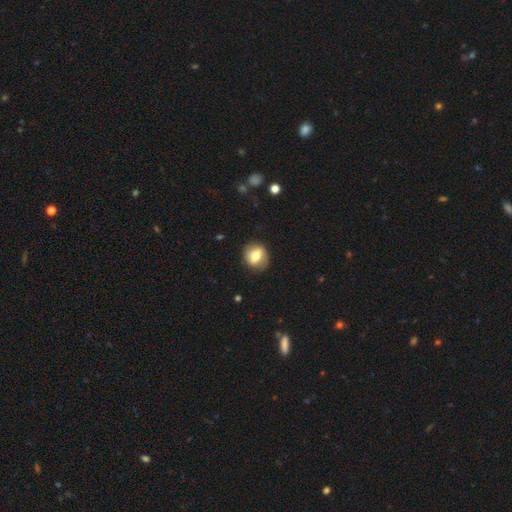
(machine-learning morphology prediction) smooth 66%, featured or disk 26%, star or artifact 8%. Down the decision tree: how rounded — round (65%); merging — none (83%).